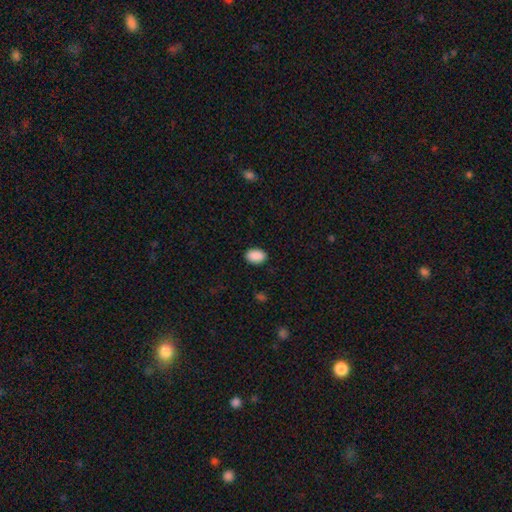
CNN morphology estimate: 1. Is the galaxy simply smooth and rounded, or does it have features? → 90% smooth, 7% star or artifact, 2% featured or disk.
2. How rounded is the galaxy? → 84% in between, 15% round, 1% cigar-shaped.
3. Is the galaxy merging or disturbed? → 88% none, 8% minor disturbance, 2% major disturbance, 1% merger.